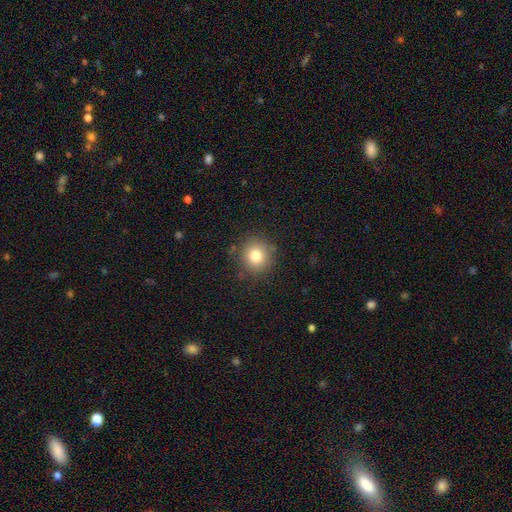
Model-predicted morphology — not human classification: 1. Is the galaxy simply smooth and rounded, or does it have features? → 80% smooth, 12% star or artifact, 9% featured or disk.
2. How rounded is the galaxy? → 88% round, 11% in between, 1% cigar-shaped.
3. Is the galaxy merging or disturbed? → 85% none, 10% minor disturbance, 3% major disturbance, 2% merger.